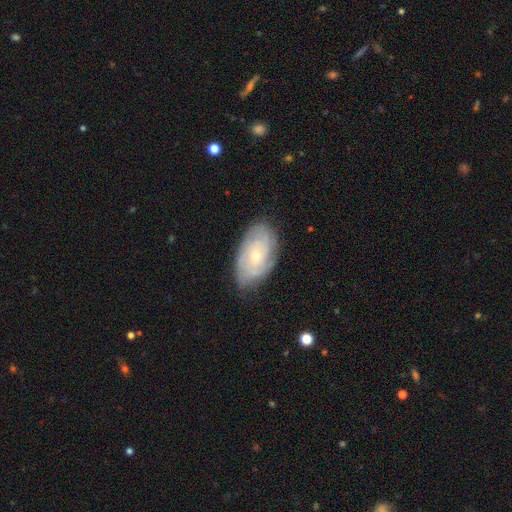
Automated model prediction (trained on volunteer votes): A featured or disk galaxy (69%) with no bar (78%), tight (69%) spiral arms (89%) and a small central bulge (63%).

Vote fractions:
- Smooth or featured? featured or disk: 69% / smooth: 24% / star or artifact: 7%
- Edge-on disk? no: 95% / yes: 5%
- Bar? no: 78% / weak: 19% / strong: 3%
- Spiral arms? yes: 89% / no: 11%
- Spiral winding? tight: 69% / medium: 24% / loose: 6%
- Spiral arm count? can't tell: 47% / 2: 16% / 3: 15% / 4: 12% / more than 4: 5% / 1: 4%
- Bulge size? small: 63% / moderate: 33% / large: 1% / none: 1% / dominant: 1%
- Merging? none: 76% / minor disturbance: 19% / major disturbance: 4% / merger: 1%